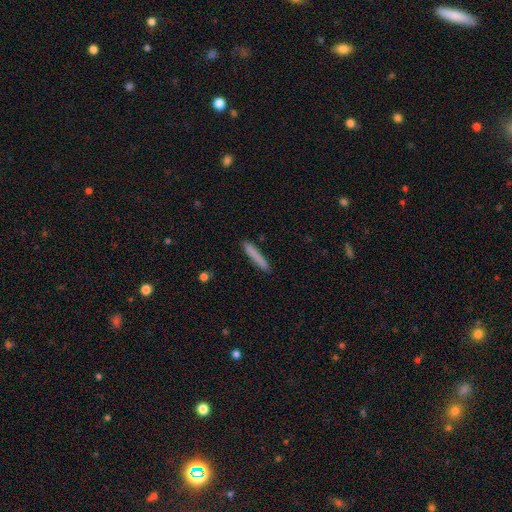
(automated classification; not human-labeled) This appears to be a smooth galaxy with no disk features (81%) that is cigar-shaped (95%). Merging: none (90%).